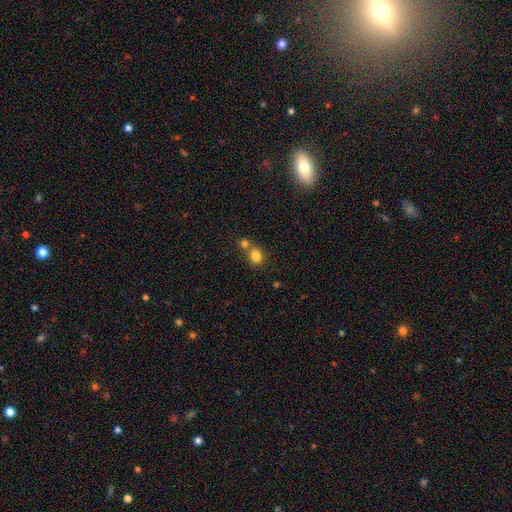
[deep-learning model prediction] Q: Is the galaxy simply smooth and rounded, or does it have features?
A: smooth — 82%.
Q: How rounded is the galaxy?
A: round — 56%.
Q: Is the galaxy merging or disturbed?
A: none — 48%.